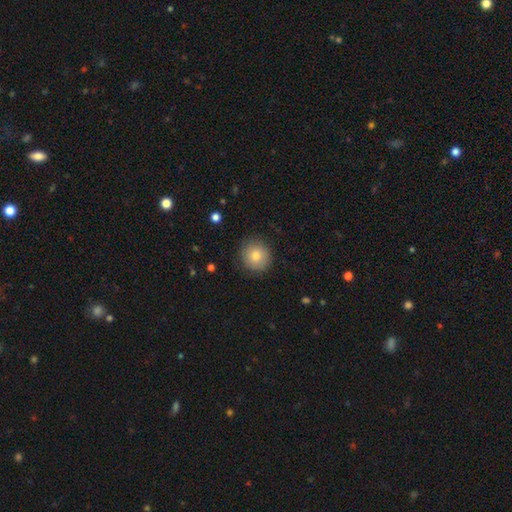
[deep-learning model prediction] Smooth or featured? Predicted: smooth (p=0.81). How rounded? Predicted: round (p=0.92). Merging? Predicted: none (p=0.86).